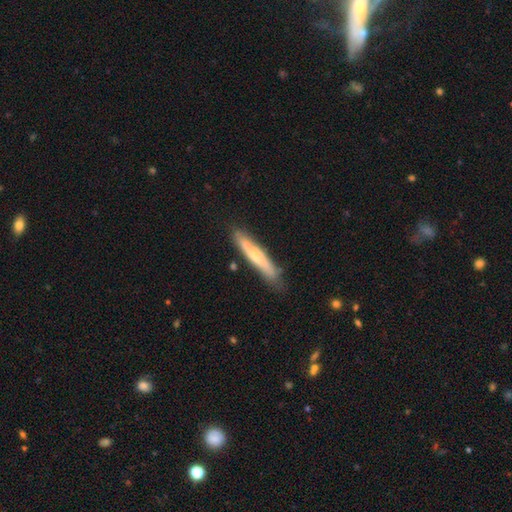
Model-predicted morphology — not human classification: Smooth or featured? Predicted: smooth (p=0.57). How rounded? Predicted: cigar-shaped (p=0.92). Merging? Predicted: none (p=0.79).